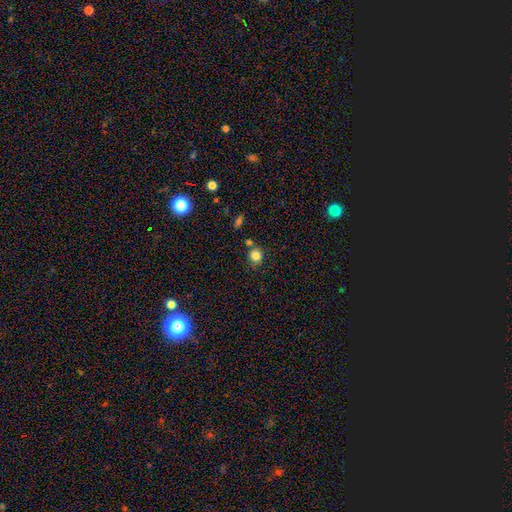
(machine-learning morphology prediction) This is clearly a smooth galaxy (84%). How rounded: clearly round (85%). Merging: likely none (73%).